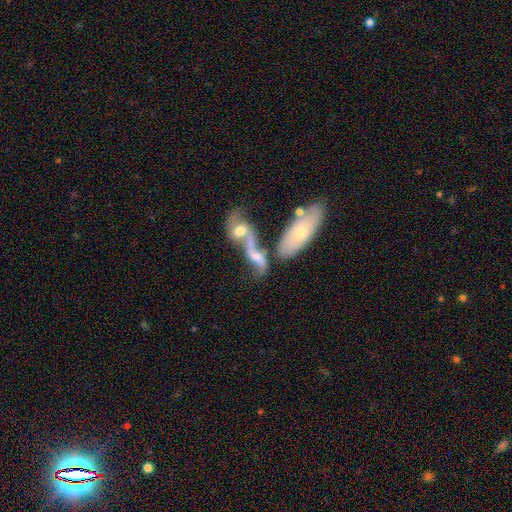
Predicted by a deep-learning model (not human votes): smooth_or_featured: featured or disk (p=0.58) [alt: smooth p=0.30]
disk_edge_on: no (p=0.69) [alt: yes p=0.31]
merging: merger (p=0.57) [alt: none p=0.26]